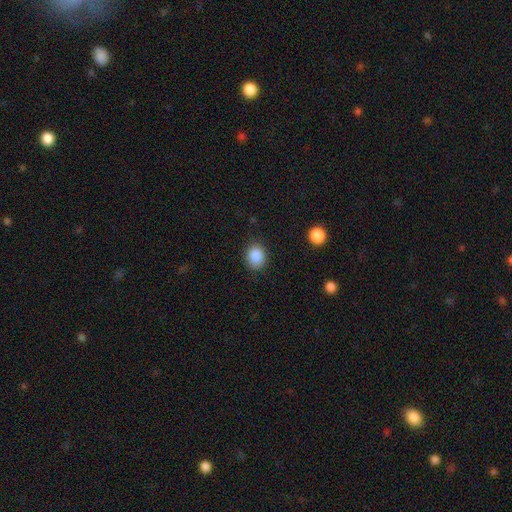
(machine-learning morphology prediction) Smooth or featured: smooth — 87% (star or artifact — 9%)
How rounded: round — 60% (in between — 40%)
Merging: none — 84% (minor disturbance — 12%)